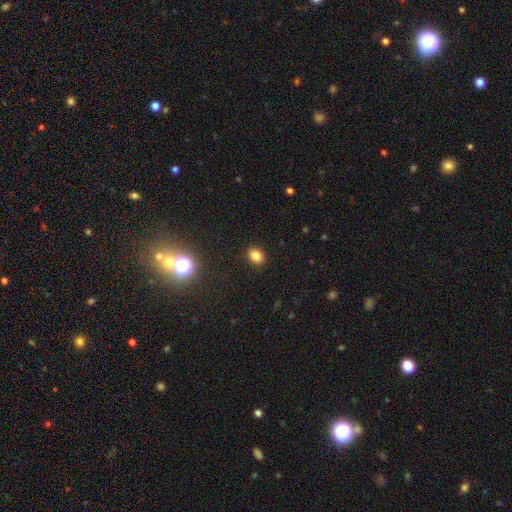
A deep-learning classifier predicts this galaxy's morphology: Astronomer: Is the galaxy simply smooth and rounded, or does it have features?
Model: smooth — 81%.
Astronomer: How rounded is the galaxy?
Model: in between — 66%.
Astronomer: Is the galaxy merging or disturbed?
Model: none — 89%.